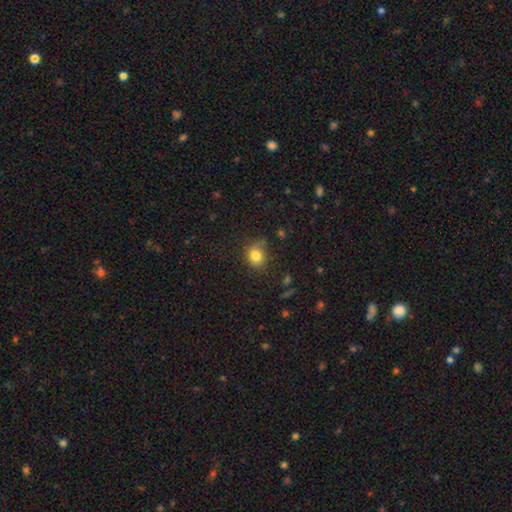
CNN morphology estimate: This is clearly a smooth galaxy (80%). How rounded: likely round (67%). Merging: likely none (69%).